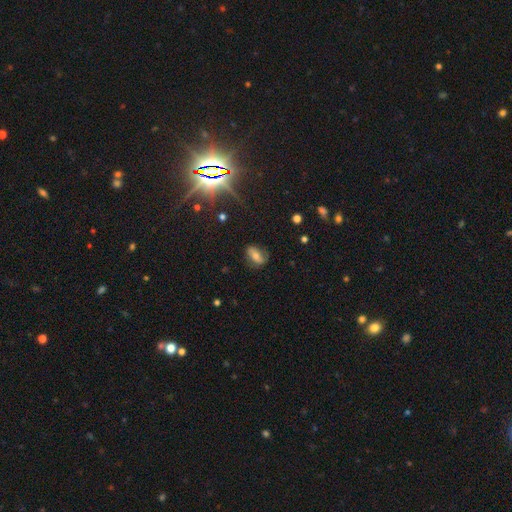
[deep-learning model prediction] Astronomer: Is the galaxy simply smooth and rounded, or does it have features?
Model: smooth — 48% (runner-up: featured or disk, 39%).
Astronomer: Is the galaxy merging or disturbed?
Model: none — 74%.